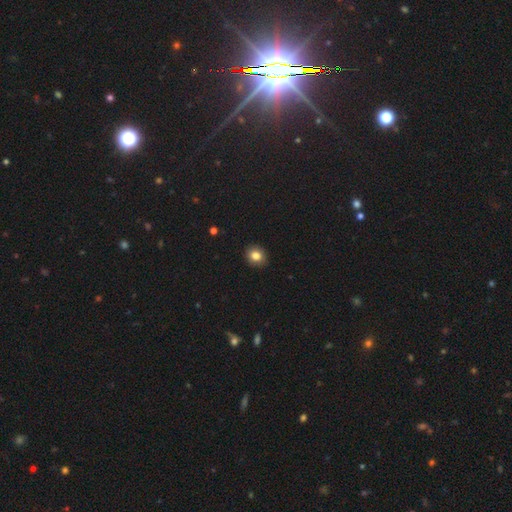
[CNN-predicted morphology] A smooth galaxy with no disk features (84%) that is round (71%). Merging: none (90%).